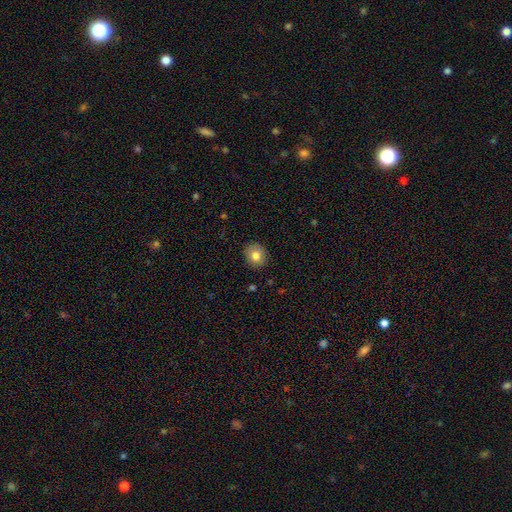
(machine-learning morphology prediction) smooth-or-featured: smooth: 80% | featured or disk: 11% | star or artifact: 9%
  how-rounded: round: 72% | in between: 27% | cigar-shaped: 1%
  merging: none: 88% | minor disturbance: 9% | major disturbance: 2% | merger: 1%